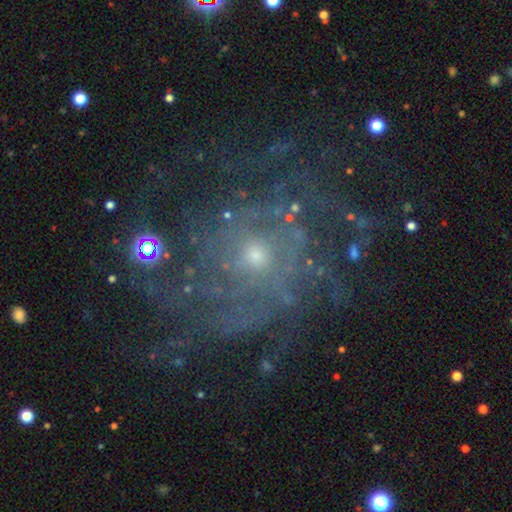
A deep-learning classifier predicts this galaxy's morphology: Smooth or featured: featured or disk — 55% (star or artifact — 29%)
Edge-on disk: no — 95% (yes — 5%)
Bar: no — 80% (weak — 15%)
Spiral arms: yes — 83% (no — 17%)
Bulge size: small — 70% (moderate — 23%)
Merging: none — 77% (minor disturbance — 12%)